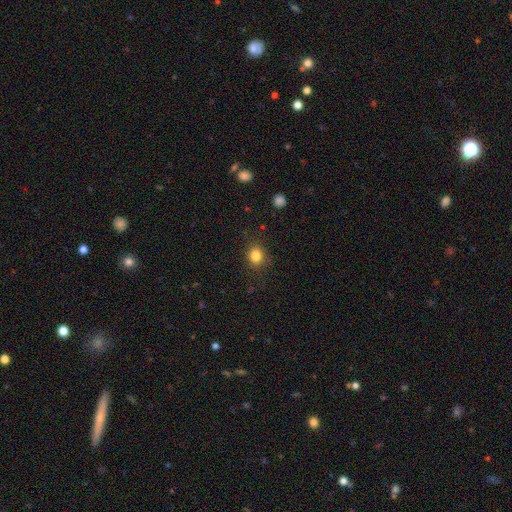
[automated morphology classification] type=smooth (84%); roundness=round (73%); merging=none (82%).